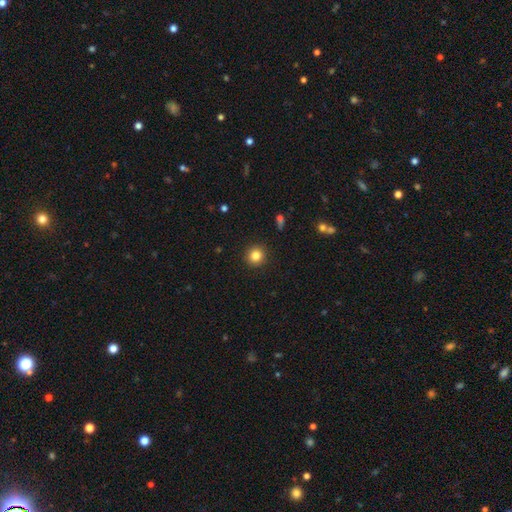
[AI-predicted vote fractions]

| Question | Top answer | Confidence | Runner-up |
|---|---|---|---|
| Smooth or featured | smooth | 83% | star or artifact (11%) |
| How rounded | round | 93% | in between (6%) |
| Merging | none | 92% | minor disturbance (5%) |